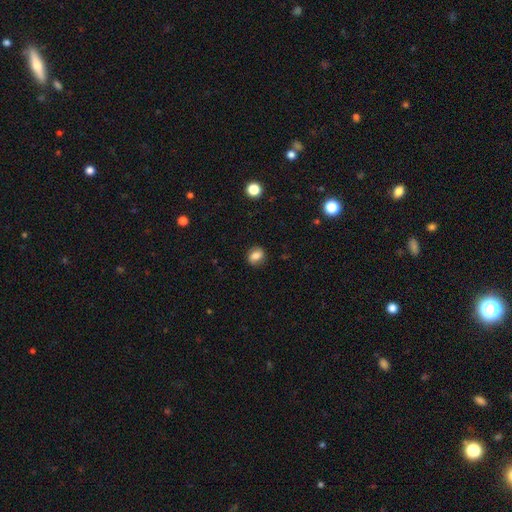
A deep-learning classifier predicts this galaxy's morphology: Smooth or featured: smooth — 74% (featured or disk — 16%)
How rounded: round — 50% (in between — 48%)
Merging: none — 83% (minor disturbance — 12%)